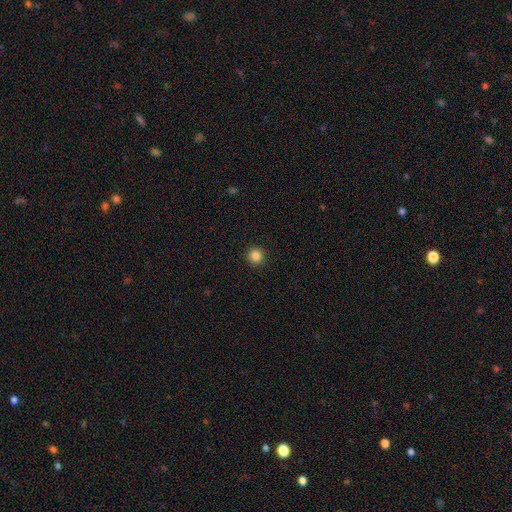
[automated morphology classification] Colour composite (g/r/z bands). It shows a smooth galaxy with no disk features (86%) that is round (95%). Merging: none (93%).